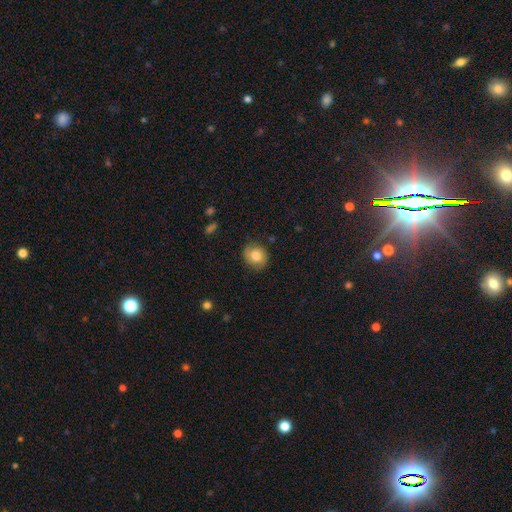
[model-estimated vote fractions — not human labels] Q: Smooth or featured?
A: smooth (79%); runner-up: featured or disk (12%)
Q: How rounded?
A: round (79%); runner-up: in between (20%)
Q: Merging?
A: none (85%); runner-up: minor disturbance (12%)